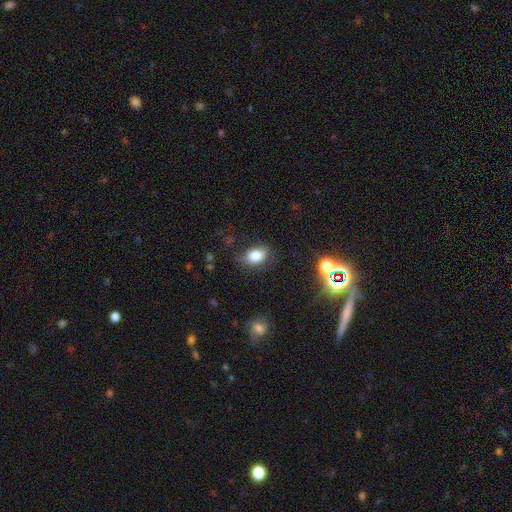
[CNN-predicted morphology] Overall: smooth (83%). How rounded: in between (77%). Merging: none (73%).